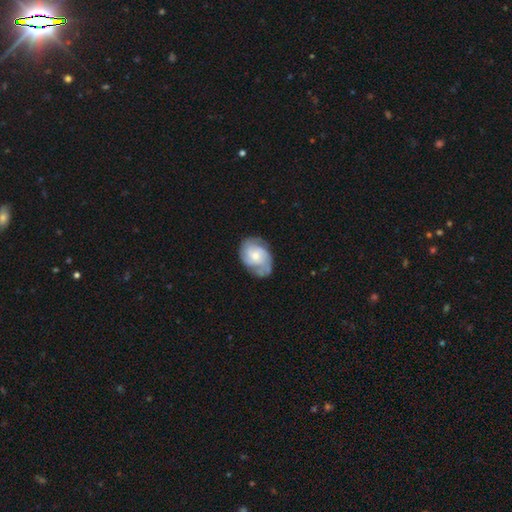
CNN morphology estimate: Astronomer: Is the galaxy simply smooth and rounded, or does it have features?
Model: featured or disk — 71%.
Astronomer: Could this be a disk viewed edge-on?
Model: no — 97%.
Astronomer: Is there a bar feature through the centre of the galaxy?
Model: no — 67%.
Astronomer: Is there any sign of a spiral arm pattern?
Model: yes — 91%.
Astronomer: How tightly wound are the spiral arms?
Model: tight — 49% (runner-up: medium, 38%).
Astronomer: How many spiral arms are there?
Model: can't tell — 31% (runner-up: 2, 26%).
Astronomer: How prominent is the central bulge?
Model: moderate — 47% (runner-up: small, 43%).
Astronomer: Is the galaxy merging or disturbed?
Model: none — 67%.